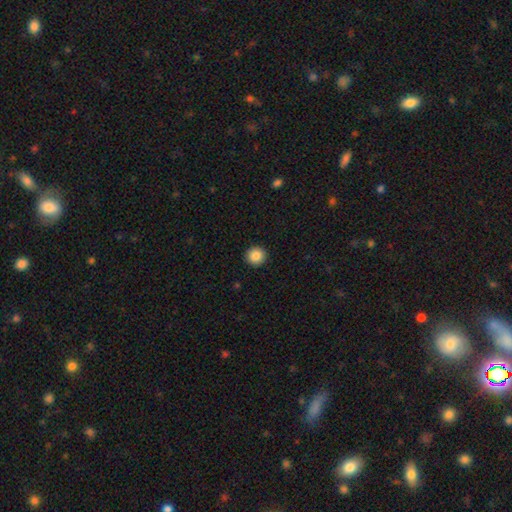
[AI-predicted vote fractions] Q: Smooth or featured?
A: smooth (86%); runner-up: star or artifact (9%)
Q: How rounded?
A: round (95%); runner-up: in between (5%)
Q: Merging?
A: none (93%); runner-up: minor disturbance (4%)